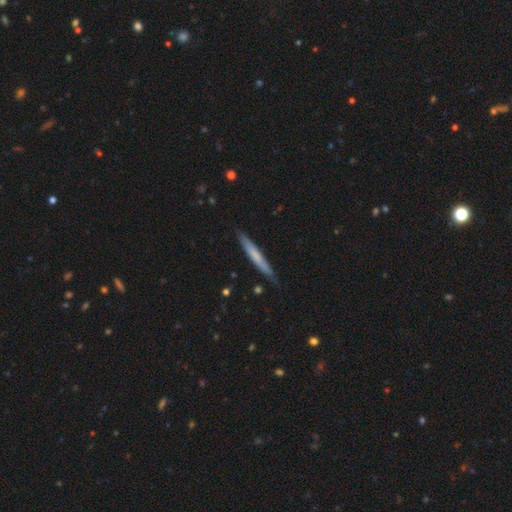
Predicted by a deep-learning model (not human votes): A smooth galaxy with no disk features (59%) that is cigar-shaped (96%). Merging: none (84%).